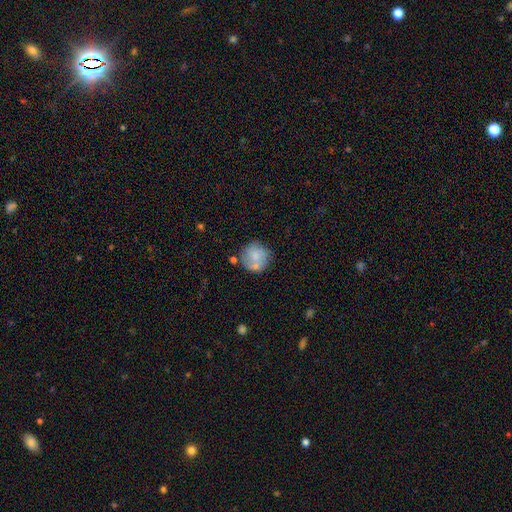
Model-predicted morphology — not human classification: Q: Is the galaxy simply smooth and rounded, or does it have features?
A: smooth — 63%.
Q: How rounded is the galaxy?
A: round — 89%.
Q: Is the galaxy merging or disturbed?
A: none — 61%.